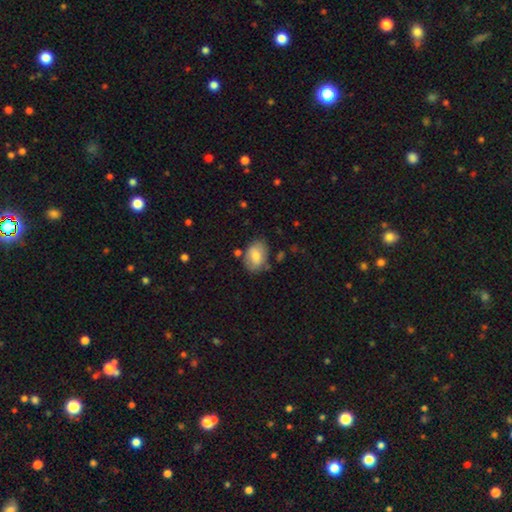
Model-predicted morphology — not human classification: Q: Smooth or featured?
A: smooth (75%); runner-up: featured or disk (18%)
Q: How rounded?
A: in between (80%); runner-up: round (19%)
Q: Merging?
A: none (69%); runner-up: minor disturbance (20%)